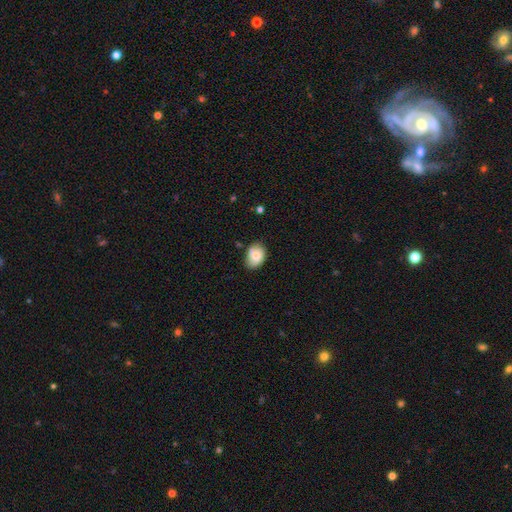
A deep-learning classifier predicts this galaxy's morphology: Smooth or featured: smooth — 69% (featured or disk — 23%)
How rounded: in between — 72% (round — 27%)
Merging: none — 62% (minor disturbance — 28%)